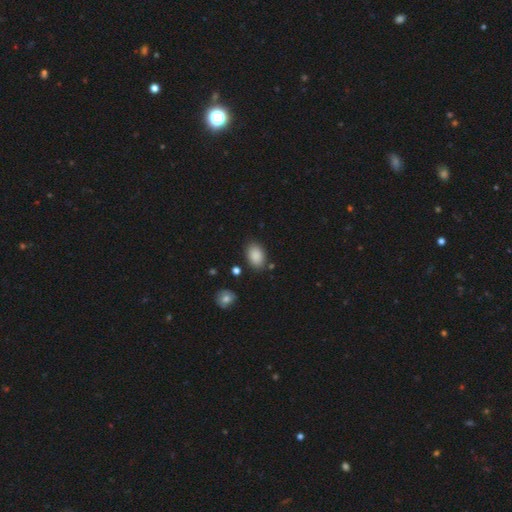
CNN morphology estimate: A smooth galaxy with no disk features (88%) that is in between round and cigar-shaped (86%).

Vote fractions:
- Smooth or featured? smooth: 88% / star or artifact: 8% / featured or disk: 4%
- How rounded? in between: 86% / round: 13% / cigar-shaped: 1%
- Merging? none: 82% / minor disturbance: 12% / major disturbance: 3% / merger: 3%